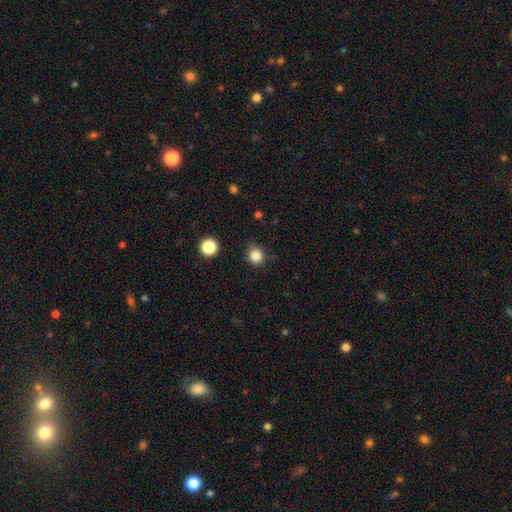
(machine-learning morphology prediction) Smooth or featured? Predicted: smooth (p=0.84). How rounded? Predicted: round (p=0.91). Merging? Predicted: none (p=0.85).